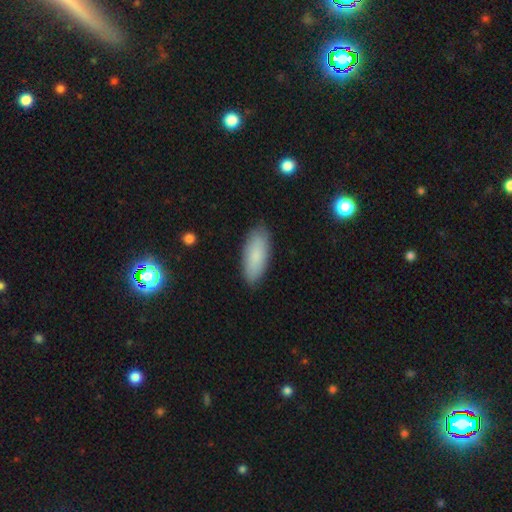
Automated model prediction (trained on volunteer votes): smooth-or-featured: smooth: 83% | featured or disk: 10% | star or artifact: 7%
  how-rounded: in between: 78% | cigar-shaped: 21% | round: 2%
  merging: none: 86% | minor disturbance: 10% | major disturbance: 2% | merger: 1%